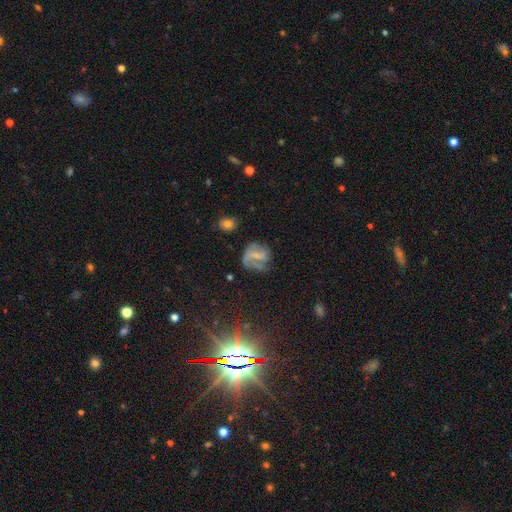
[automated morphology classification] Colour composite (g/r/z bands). It shows a featured or disk galaxy (59%) with a weak bar (46%), spiral arms (79%) and a small central bulge (43%). Merging: none (45%).